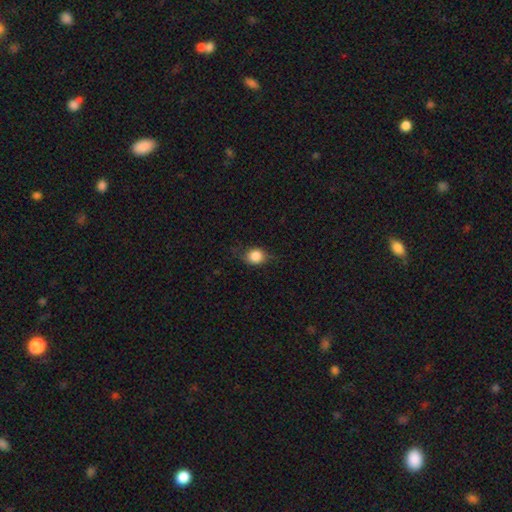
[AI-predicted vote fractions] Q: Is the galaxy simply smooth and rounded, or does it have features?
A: smooth — 79%.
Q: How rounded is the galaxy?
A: round — 64%.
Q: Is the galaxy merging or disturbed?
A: none — 69%.